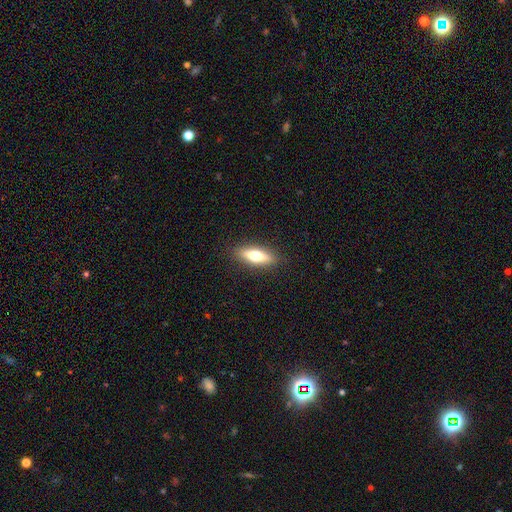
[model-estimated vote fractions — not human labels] smooth 59%, featured or disk 34%, star or artifact 7%. Down the decision tree: how rounded — in between (50%); merging — none (88%).